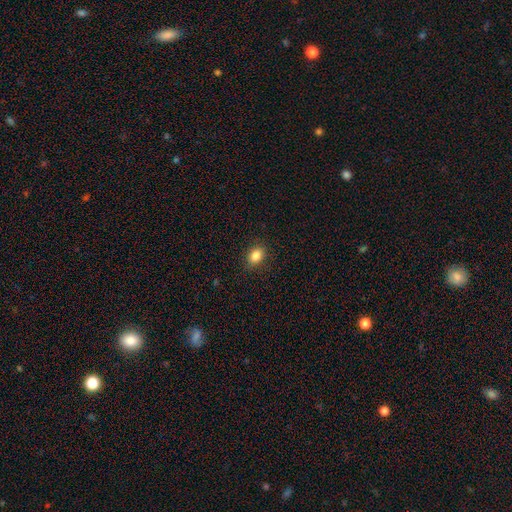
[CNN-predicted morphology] A smooth galaxy with no disk features (85%) that is in between round and cigar-shaped (67%). Merging: none (88%).